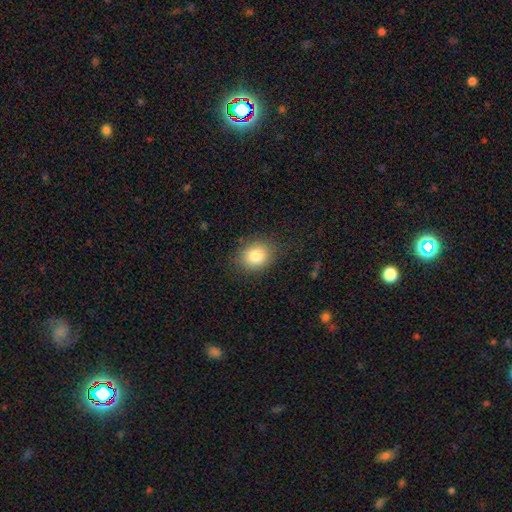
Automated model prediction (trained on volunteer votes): Morphology: type=smooth (81%); roundness=round (61%); merging=none (83%).